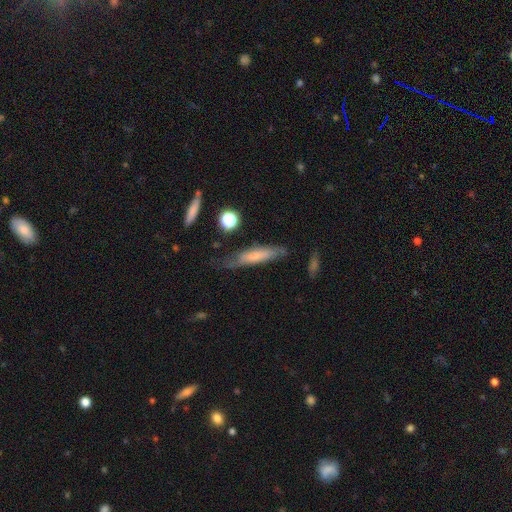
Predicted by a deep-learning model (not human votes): Morphology: type=smooth (52%); roundness=cigar-shaped (78%); merging=none (61%).